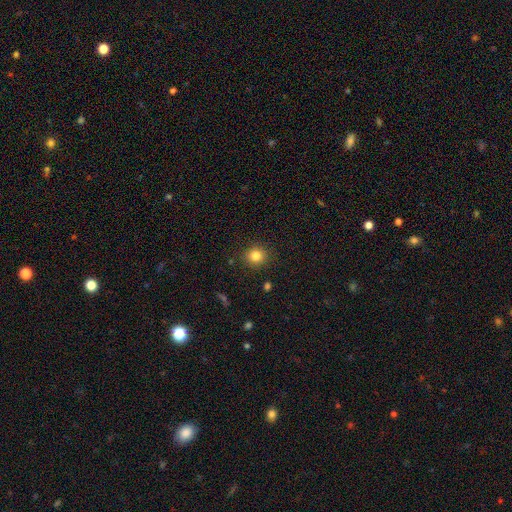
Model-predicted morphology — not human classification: A smooth galaxy with no disk features (83%) that is round (90%). Merging: none (90%).